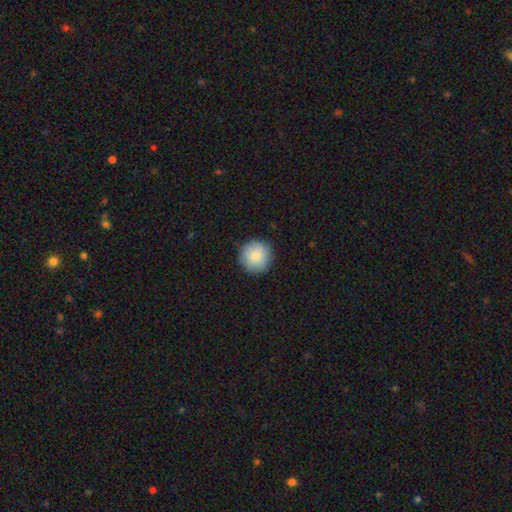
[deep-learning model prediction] Morphology: type=smooth (87%); roundness=round (95%); merging=none (90%).